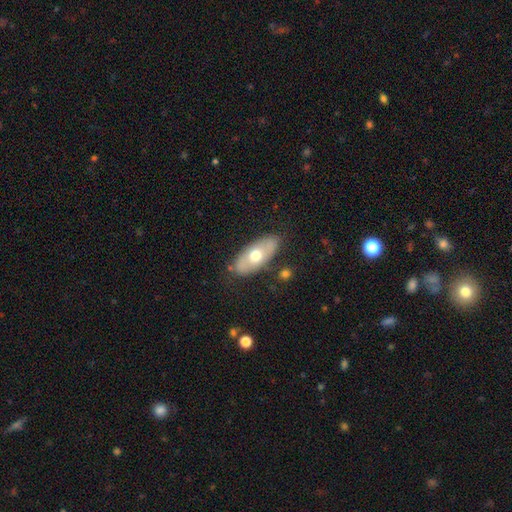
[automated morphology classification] A smooth galaxy with no disk features (56%) that is in between round and cigar-shaped (87%). Merging: none (79%).